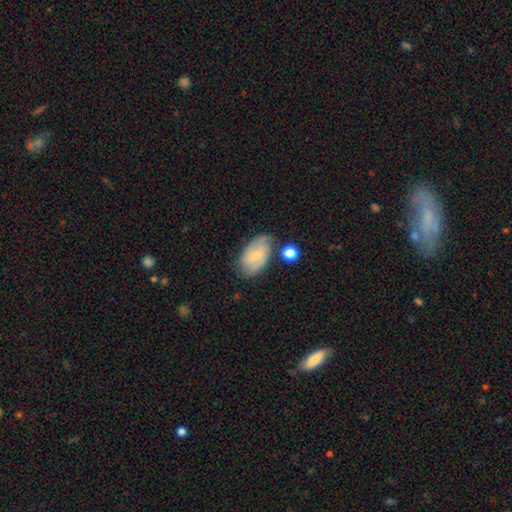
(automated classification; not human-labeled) Smooth or featured: featured or disk — 53% (smooth — 39%)
Edge-on disk: no — 95% (yes — 5%)
Bar: weak — 46% (no — 43%)
Spiral arms: yes — 85% (no — 15%)
Bulge size: small — 71% (moderate — 21%)
Merging: none — 63% (minor disturbance — 23%)